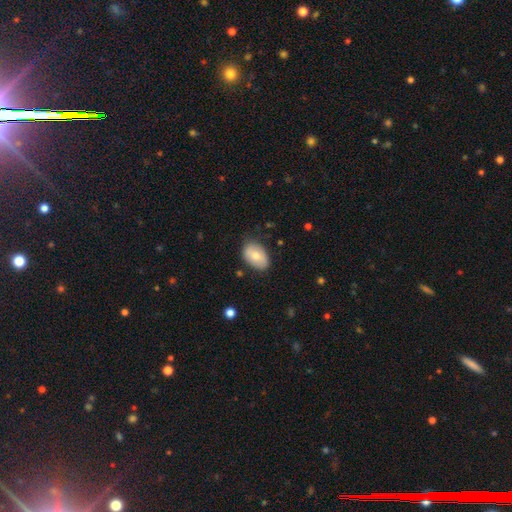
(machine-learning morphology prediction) This is likely a smooth galaxy (70%). How rounded: clearly in between (87%). Merging: likely none (77%).